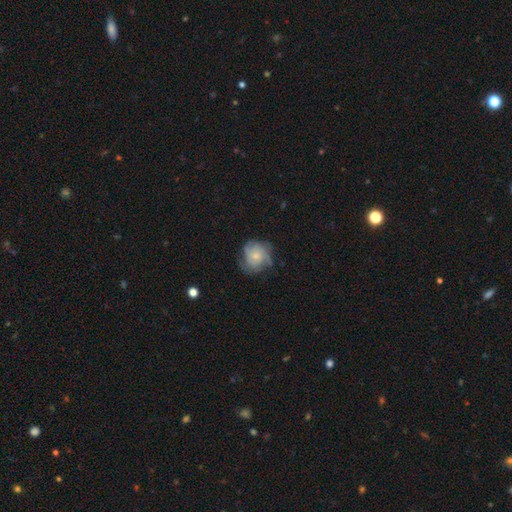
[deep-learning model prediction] Smooth or featured: featured or disk — 48% (smooth — 43%)
Merging: none — 60% (minor disturbance — 27%)